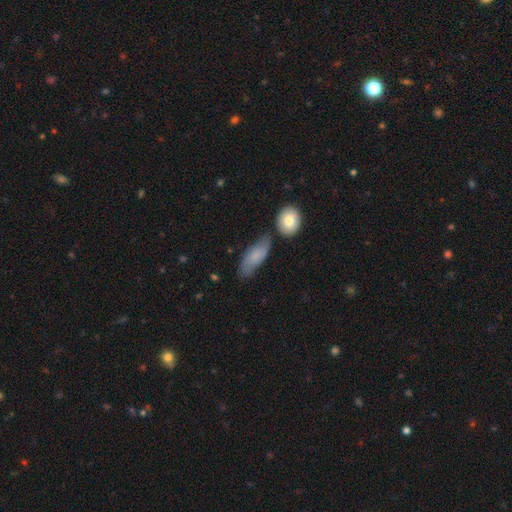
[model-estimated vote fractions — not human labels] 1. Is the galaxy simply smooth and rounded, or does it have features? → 67% smooth, 26% featured or disk, 7% star or artifact.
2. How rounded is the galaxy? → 77% in between, 19% cigar-shaped, 4% round.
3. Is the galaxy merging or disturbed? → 60% none, 24% minor disturbance, 10% merger, 6% major disturbance.